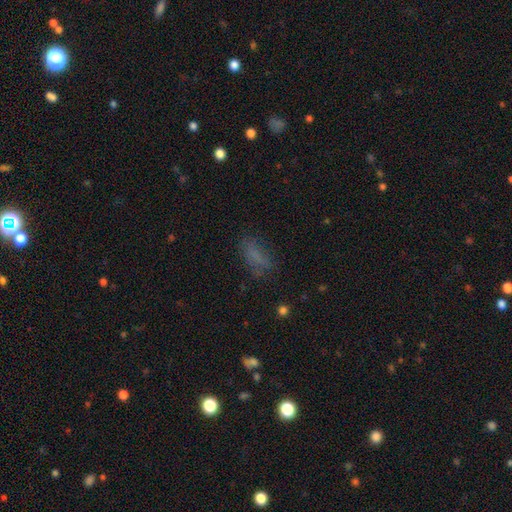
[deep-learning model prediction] smooth_or_featured: smooth (p=0.71) [alt: star or artifact p=0.16]
how_rounded: in between (p=0.70) [alt: cigar-shaped p=0.25]
merging: none (p=0.66) [alt: minor disturbance p=0.20]